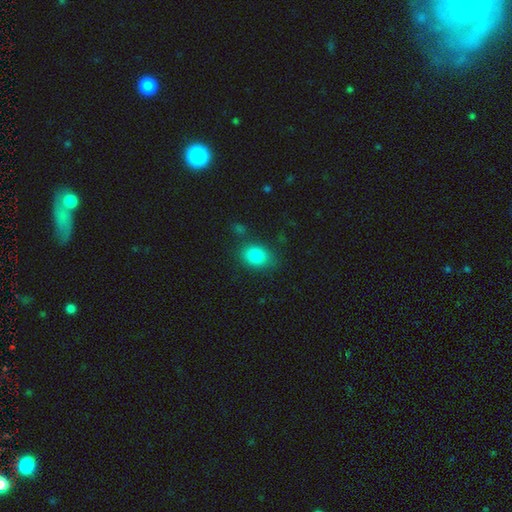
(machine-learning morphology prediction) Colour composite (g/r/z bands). It shows a smooth galaxy with no disk features (84%) that is in between round and cigar-shaped (67%). Merging: none (77%).